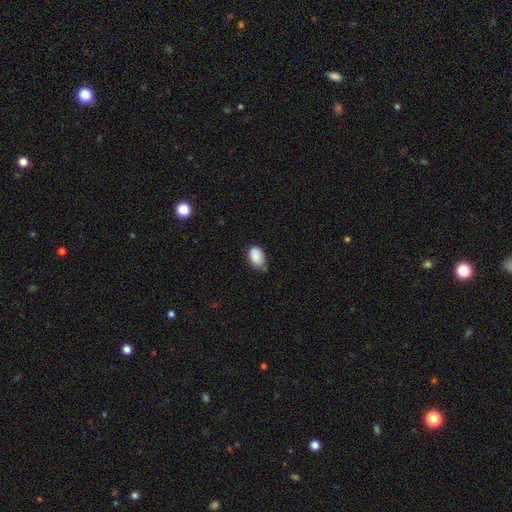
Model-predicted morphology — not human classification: This is clearly a smooth galaxy (86%). How rounded: clearly in between (85%). Merging: possibly none (51%).